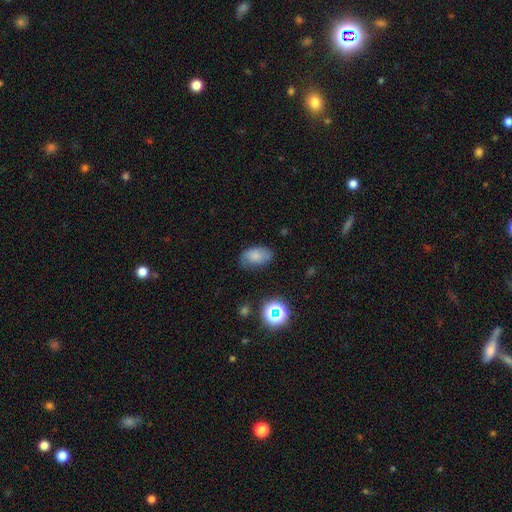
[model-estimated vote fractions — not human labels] This is likely a smooth galaxy (76%). How rounded: clearly in between (90%). Merging: likely none (71%).